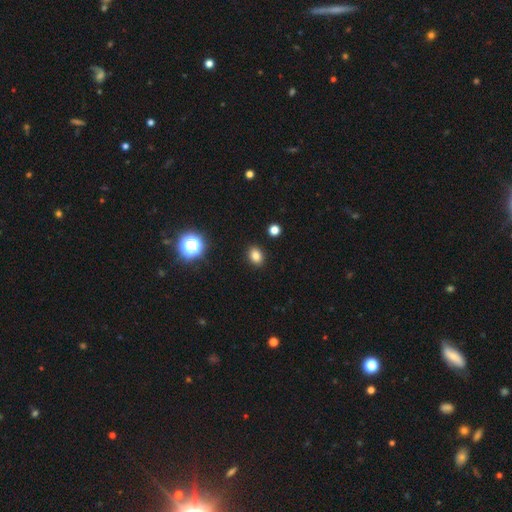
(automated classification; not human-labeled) smooth-or-featured: smooth: 81% | star or artifact: 14% | featured or disk: 5%
  how-rounded: in between: 66% | round: 33% | cigar-shaped: 1%
  merging: none: 89% | minor disturbance: 7% | major disturbance: 2% | merger: 2%